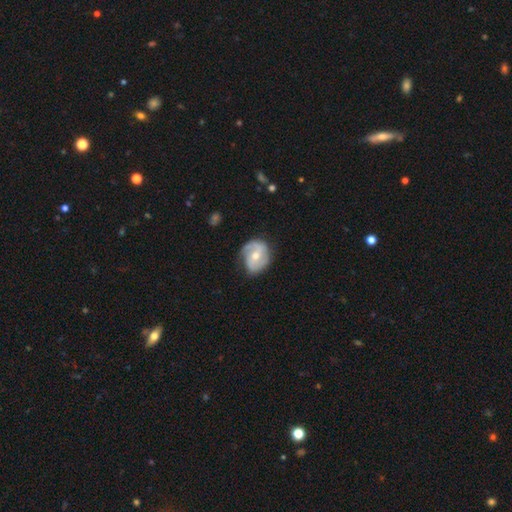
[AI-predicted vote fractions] This is likely a featured or disk galaxy (72%). It is clearly not viewed edge-on (97%). Bar: marginally weak (44%). Spiral arm pattern: clearly yes (89%). Spiral arm count: likely 2 (75%). Spiral winding: possibly medium (45%). Central bulge: likely moderate (62%). Merging: likely none (68%).